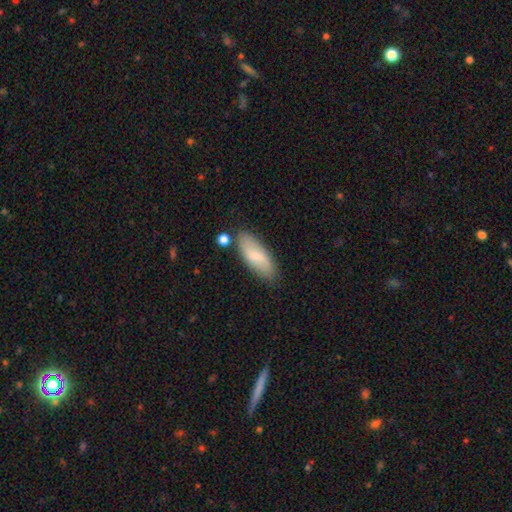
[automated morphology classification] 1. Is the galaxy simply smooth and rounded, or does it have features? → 74% smooth, 20% featured or disk, 6% star or artifact.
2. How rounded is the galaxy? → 73% in between, 25% cigar-shaped, 2% round.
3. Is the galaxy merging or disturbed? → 80% none, 14% minor disturbance, 4% merger, 3% major disturbance.